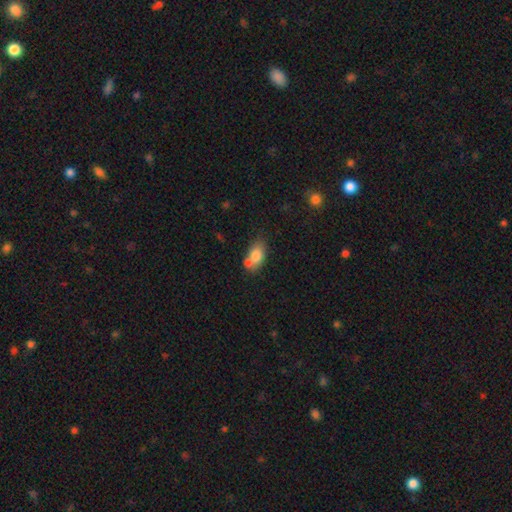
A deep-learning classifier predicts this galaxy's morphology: Smooth or featured?
  - smooth: 77% *
  - featured or disk: 15%
  - star or artifact: 8%
How rounded?
  - in between: 83% *
  - round: 13%
  - cigar-shaped: 3%
Merging?
  - none: 46% *
  - merger: 33%
  - minor disturbance: 16%
  - major disturbance: 5%